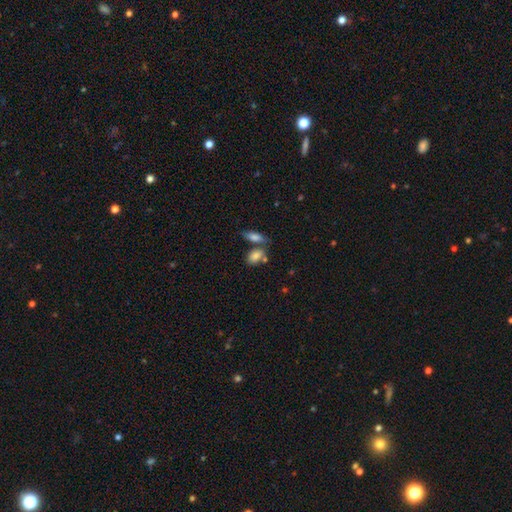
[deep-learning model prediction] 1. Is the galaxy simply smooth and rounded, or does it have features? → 84% smooth, 9% featured or disk, 8% star or artifact.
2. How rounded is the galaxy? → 87% in between, 8% round, 5% cigar-shaped.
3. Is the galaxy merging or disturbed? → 53% none, 30% merger, 13% minor disturbance, 4% major disturbance.